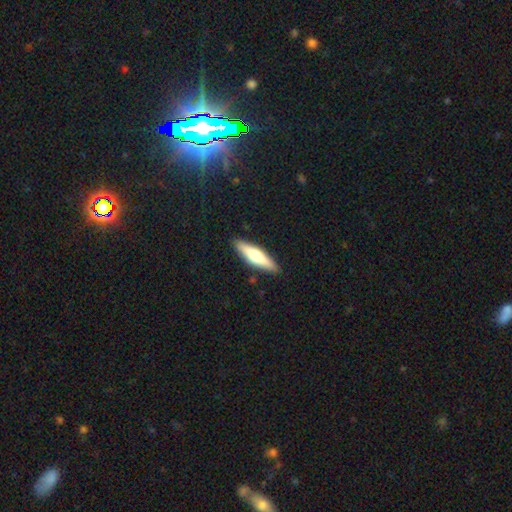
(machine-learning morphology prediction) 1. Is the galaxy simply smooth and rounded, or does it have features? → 55% smooth, 39% featured or disk, 5% star or artifact.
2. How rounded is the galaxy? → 72% cigar-shaped, 26% in between, 2% round.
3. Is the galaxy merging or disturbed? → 89% none, 8% minor disturbance, 2% major disturbance, 1% merger.